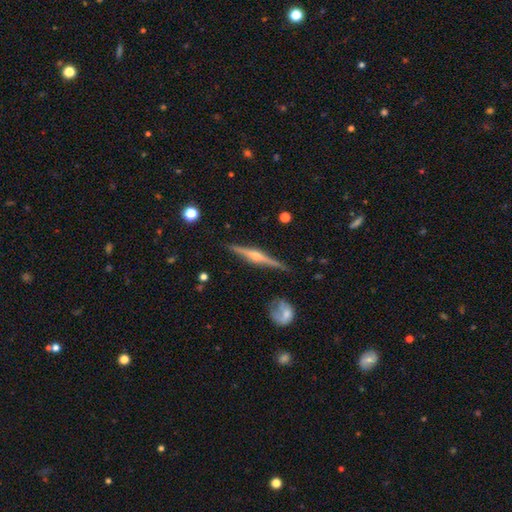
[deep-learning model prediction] Morphology: type=featured or disk (82%); edge-on=yes (98%); edge-on bulge=rounded (86%); merging=none (88%).